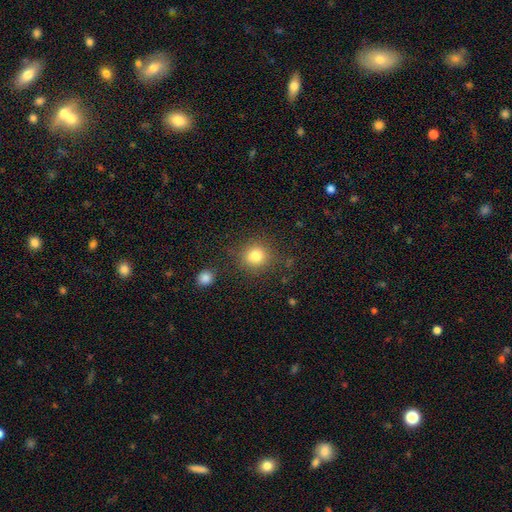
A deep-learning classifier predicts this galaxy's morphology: Smooth or featured? Predicted: smooth (p=0.82). How rounded? Predicted: round (p=0.85). Merging? Predicted: none (p=0.82).